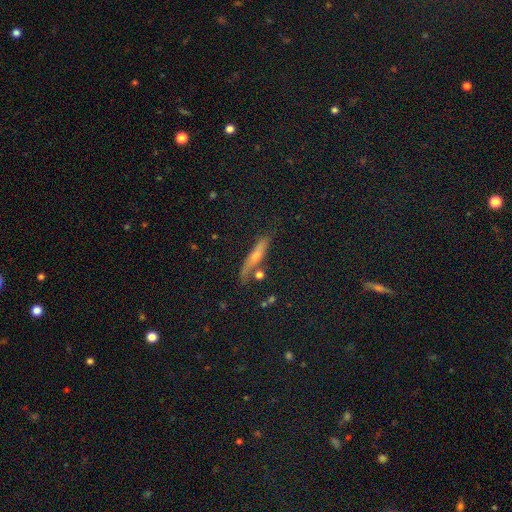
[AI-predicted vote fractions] A featured or disk galaxy (43%).

Vote fractions:
- Smooth or featured? featured or disk: 43% / smooth: 40% / star or artifact: 17%
- Merging? none: 72% / minor disturbance: 17% / merger: 6% / major disturbance: 5%